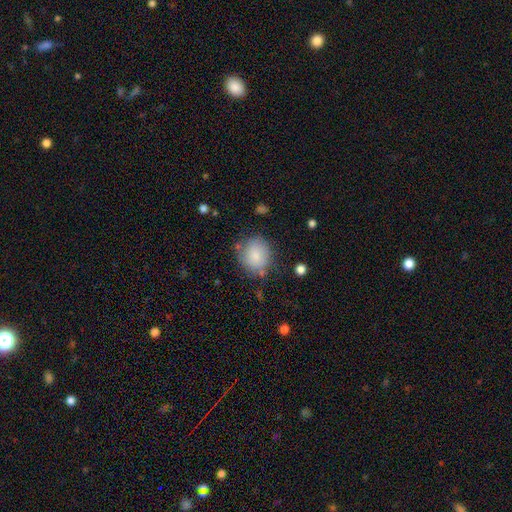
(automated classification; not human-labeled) This is clearly a smooth galaxy (81%). How rounded: likely round (74%). Merging: likely none (72%).